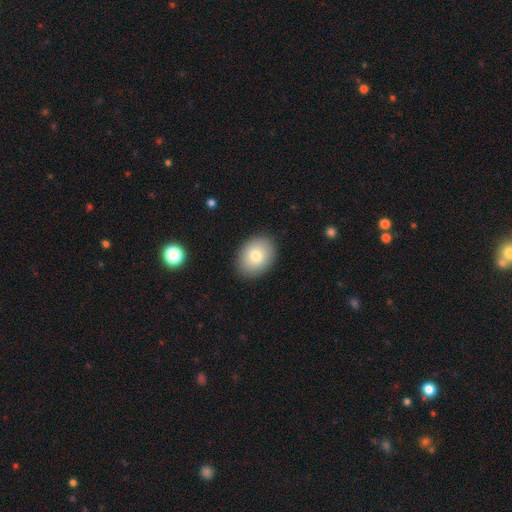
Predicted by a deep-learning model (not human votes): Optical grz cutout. It shows a smooth galaxy with no disk features (79%) that is in between round and cigar-shaped (62%). Merging: none (88%).